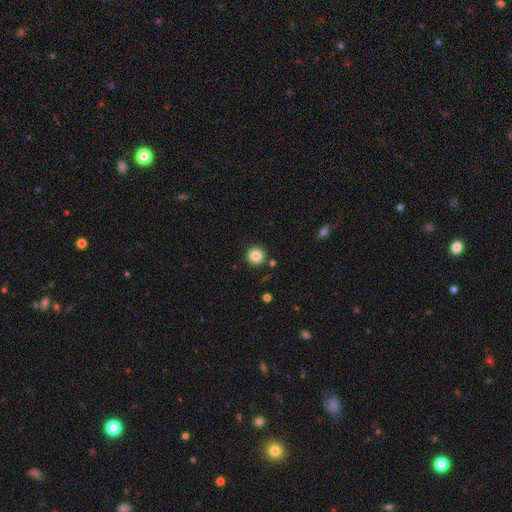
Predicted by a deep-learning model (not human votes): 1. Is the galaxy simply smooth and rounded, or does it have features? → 85% smooth, 10% star or artifact, 5% featured or disk.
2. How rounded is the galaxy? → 95% round, 4% in between, 1% cigar-shaped.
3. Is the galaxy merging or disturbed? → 89% none, 6% minor disturbance, 3% merger, 2% major disturbance.